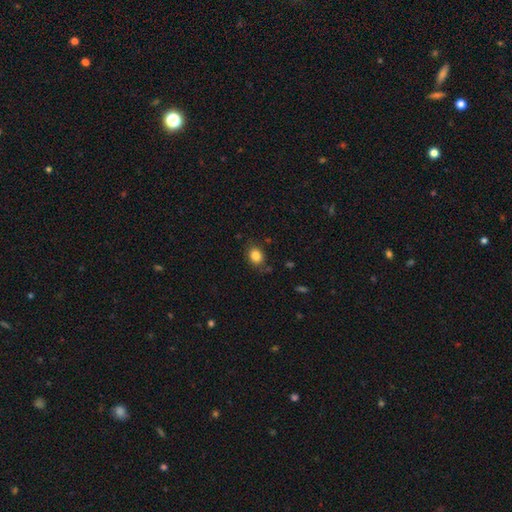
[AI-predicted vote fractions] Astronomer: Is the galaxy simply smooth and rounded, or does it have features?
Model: smooth — 84%.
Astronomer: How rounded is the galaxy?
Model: in between — 51% (runner-up: round, 48%).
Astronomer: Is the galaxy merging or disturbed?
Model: none — 81%.